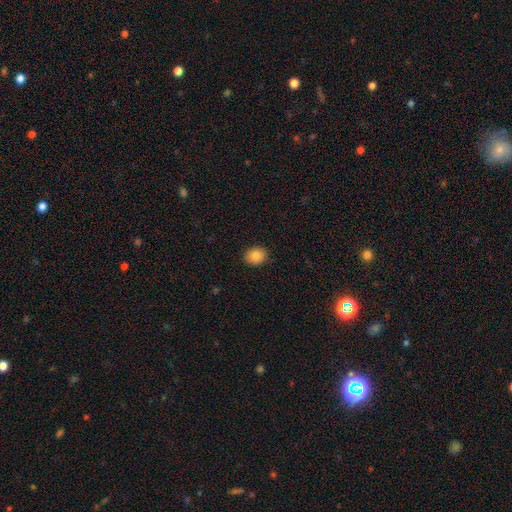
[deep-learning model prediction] A smooth galaxy with no disk features (84%) that is round (59%). Merging: none (89%).